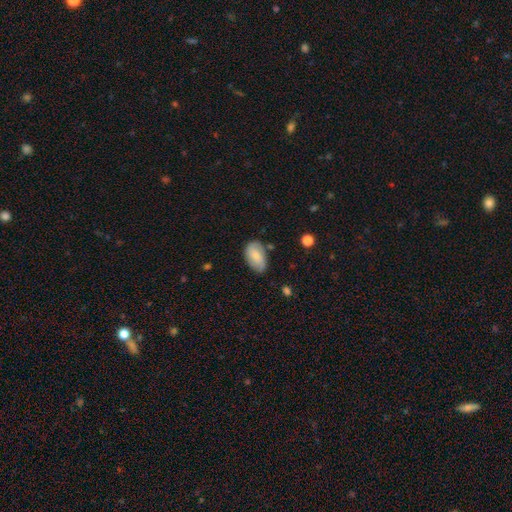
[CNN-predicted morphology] This is likely a smooth galaxy (74%). How rounded: clearly in between (93%). Merging: likely none (67%).